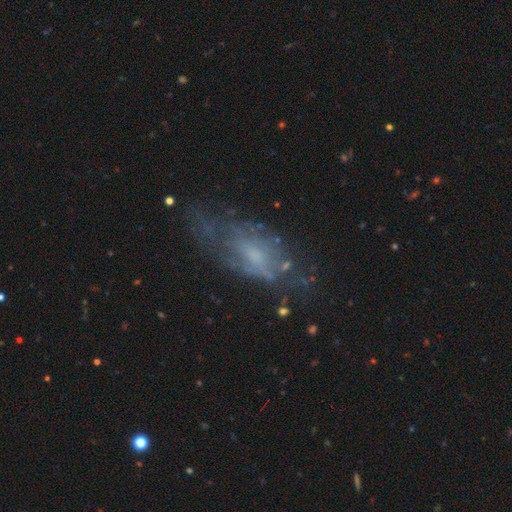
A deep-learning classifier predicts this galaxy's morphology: This is possibly a featured or disk galaxy (58%). It is clearly not viewed edge-on (88%). Bar: likely no (67%). Spiral arm pattern: possibly no (55%). Central bulge: marginally small (42%). Merging: possibly none (53%).